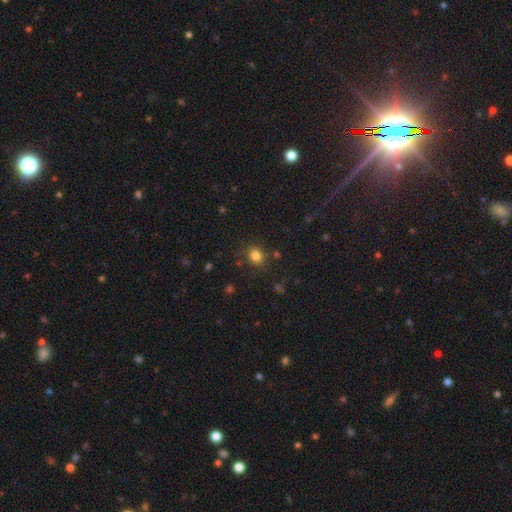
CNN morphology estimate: Smooth or featured?
  - smooth: 82% *
  - star or artifact: 13%
  - featured or disk: 6%
How rounded?
  - round: 62% *
  - in between: 37%
  - cigar-shaped: 1%
Merging?
  - none: 81% *
  - minor disturbance: 11%
  - major disturbance: 4%
  - merger: 3%